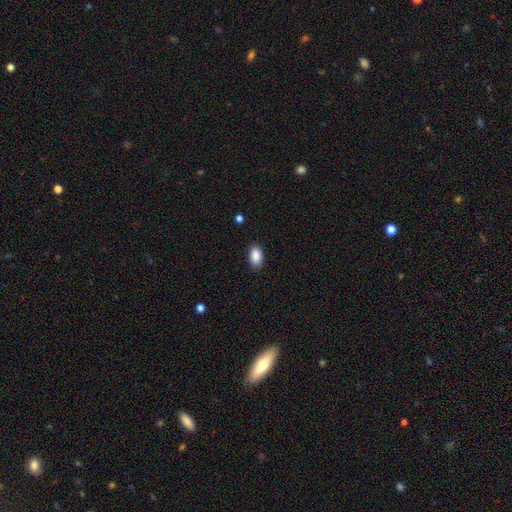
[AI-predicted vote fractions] Overall: smooth (89%). How rounded: in between (91%). Merging: none (86%).